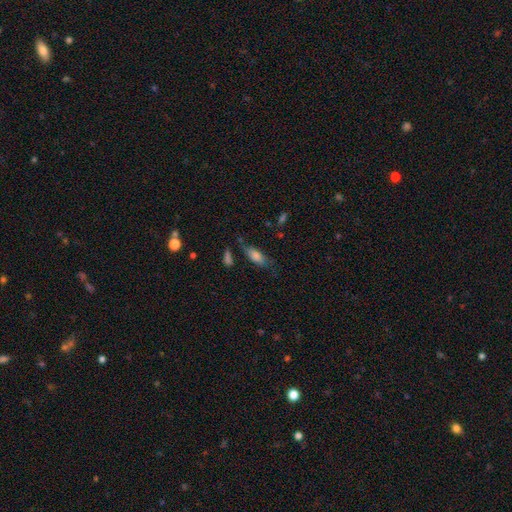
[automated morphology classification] Smooth or featured? smooth (67%)
How rounded? in between (67%)
Merging? none (63%)